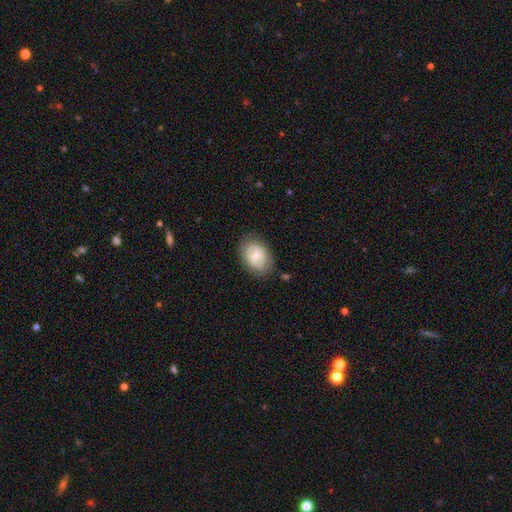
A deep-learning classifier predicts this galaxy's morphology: smooth 53%, featured or disk 40%, star or artifact 7%. Down the decision tree: how rounded — in between (71%); merging — none (80%).